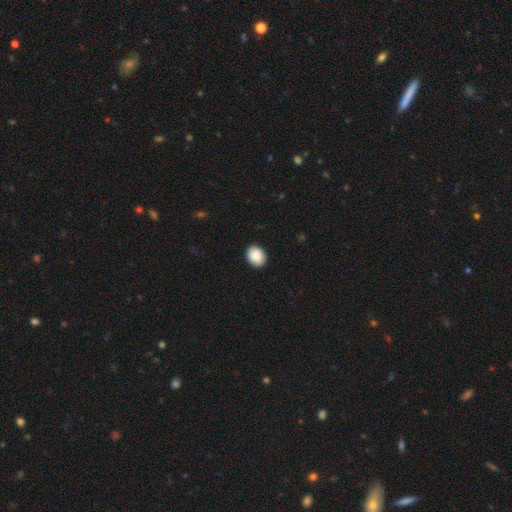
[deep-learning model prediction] smooth-or-featured: smooth: 88% | star or artifact: 7% | featured or disk: 5%
  how-rounded: in between: 55% | round: 44% | cigar-shaped: 1%
  merging: none: 90% | minor disturbance: 8% | major disturbance: 2% | merger: 1%